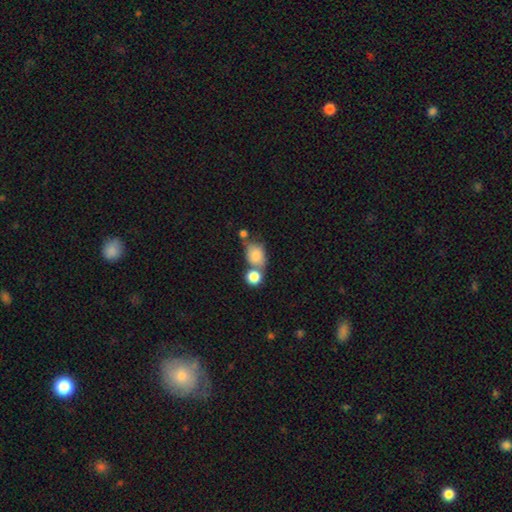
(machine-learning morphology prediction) smooth 78%, featured or disk 12%, star or artifact 9%. Down the decision tree: how rounded — in between (56%); merging — none (40%).